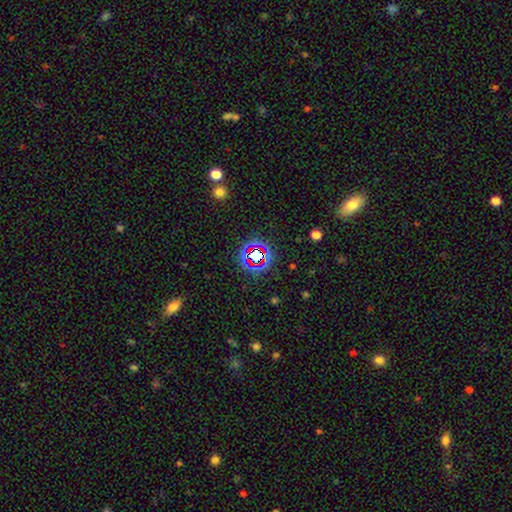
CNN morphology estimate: The model was most divided on "smooth or featured": star or artifact: 70%, smooth: 19%, featured or disk: 10%.